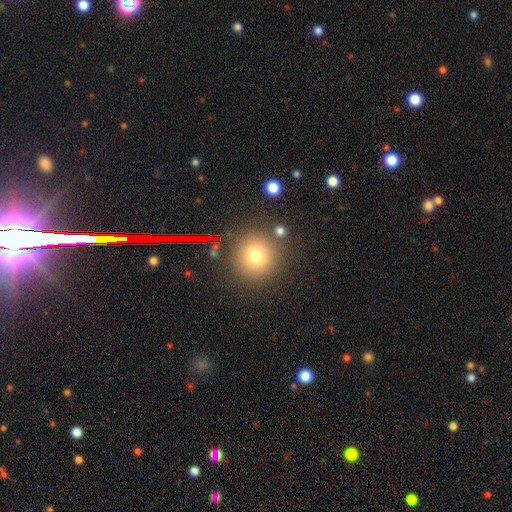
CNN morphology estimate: The model was most divided on "smooth or featured": smooth: 74%, star or artifact: 16%, featured or disk: 10%. More confident: how rounded — round (94%); merging — none (83%).